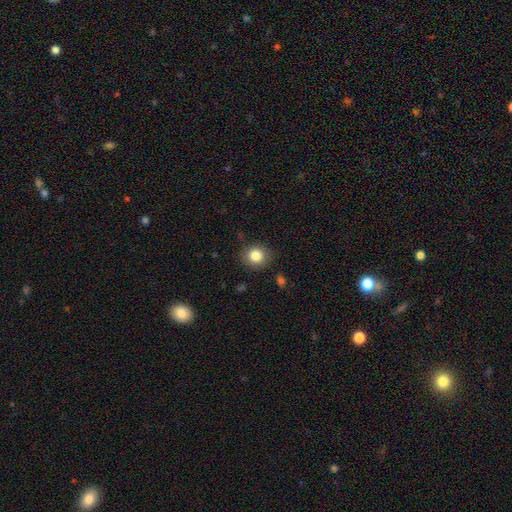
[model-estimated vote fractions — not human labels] Smooth or featured: smooth — 84% (star or artifact — 10%)
How rounded: round — 83% (in between — 16%)
Merging: none — 86% (minor disturbance — 10%)